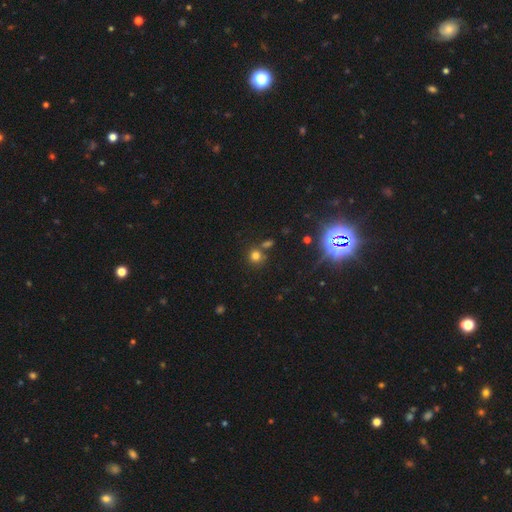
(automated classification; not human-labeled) Smooth or featured?
  - smooth: 73% *
  - star or artifact: 20%
  - featured or disk: 7%
How rounded?
  - round: 88% *
  - in between: 11%
  - cigar-shaped: 1%
Merging?
  - none: 69% *
  - merger: 18%
  - minor disturbance: 9%
  - major disturbance: 4%